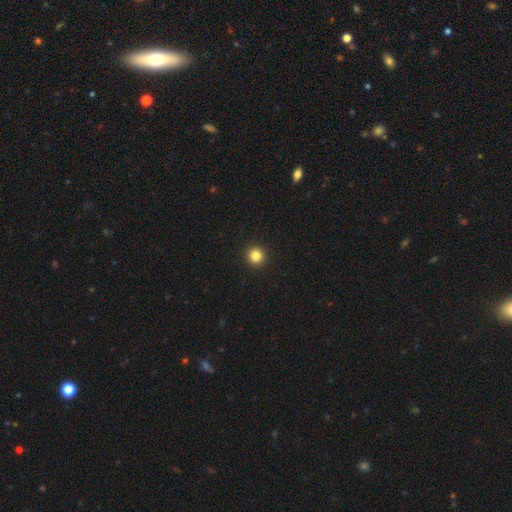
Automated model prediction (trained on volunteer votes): smooth-or-featured: smooth: 83% | star or artifact: 12% | featured or disk: 5%
  how-rounded: round: 96% | in between: 3% | cigar-shaped: 1%
  merging: none: 94% | minor disturbance: 4% | major disturbance: 1% | merger: 1%